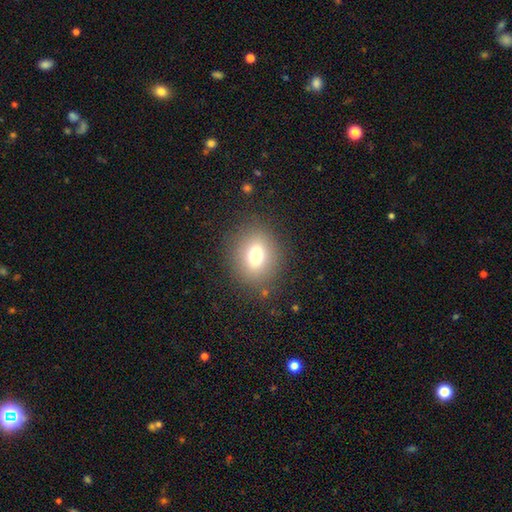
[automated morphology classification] A smooth galaxy with no disk features (74%) that is round (55%). Merging: none (84%).